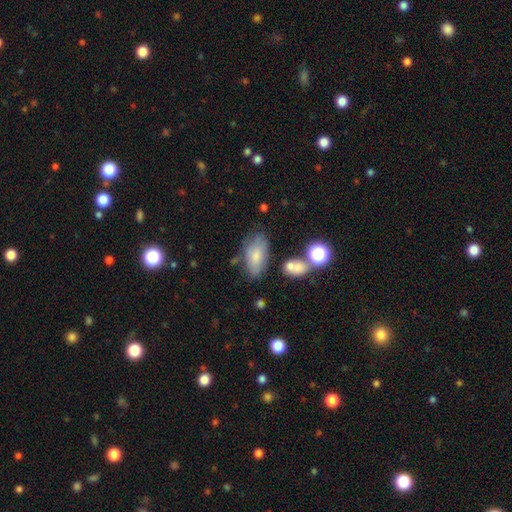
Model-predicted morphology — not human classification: Smooth or featured? smooth (72%)
How rounded? in between (92%)
Merging? none (60%)